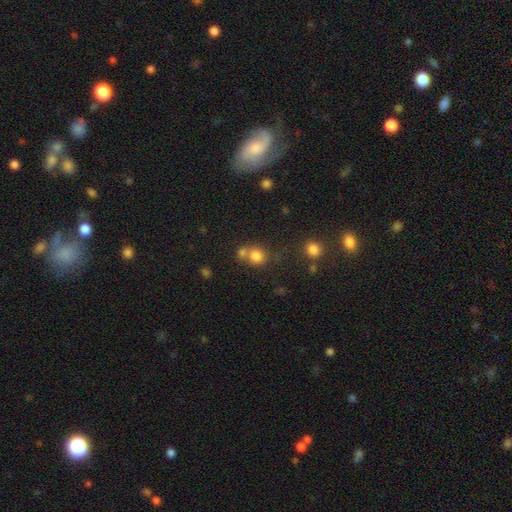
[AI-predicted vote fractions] This is likely a smooth galaxy (79%). How rounded: clearly round (81%). Merging: possibly none (49%).